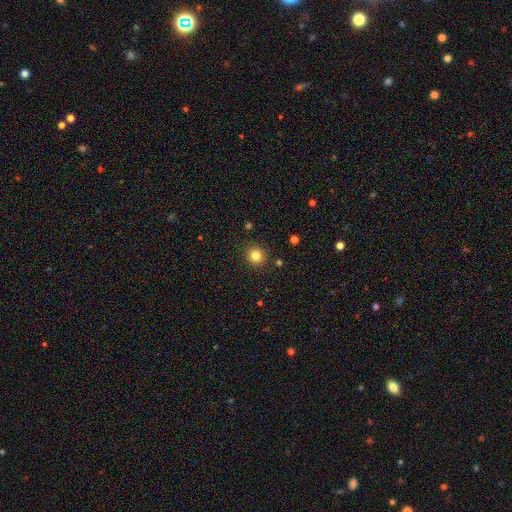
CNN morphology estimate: Smooth or featured? smooth (82%)
How rounded? round (91%)
Merging? none (90%)